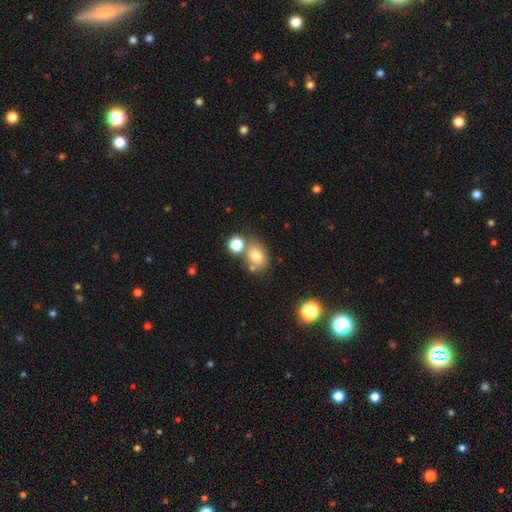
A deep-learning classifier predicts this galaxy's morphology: Q: Smooth or featured?
A: smooth (76%); runner-up: star or artifact (13%)
Q: How rounded?
A: in between (54%); runner-up: round (45%)
Q: Merging?
A: none (59%); runner-up: merger (24%)